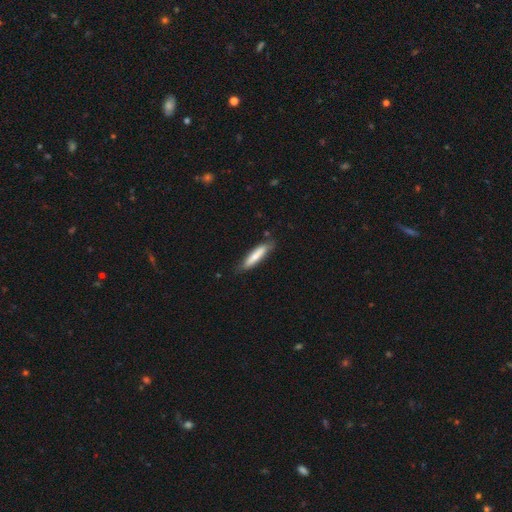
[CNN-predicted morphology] Smooth or featured? smooth (72%)
How rounded? cigar-shaped (81%)
Merging? none (79%)